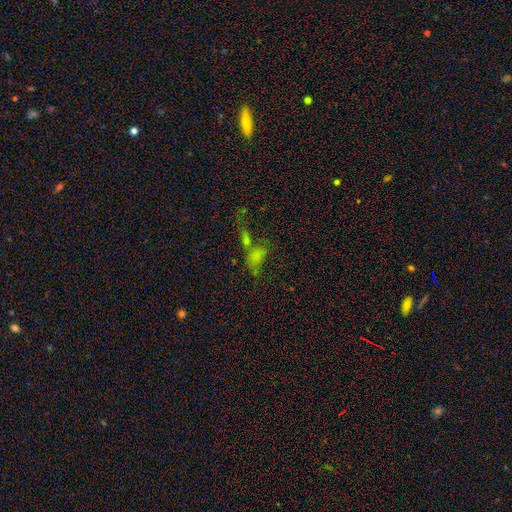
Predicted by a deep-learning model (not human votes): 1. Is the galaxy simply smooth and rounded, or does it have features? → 54% smooth, 30% star or artifact, 16% featured or disk.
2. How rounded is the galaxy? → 77% in between, 13% round, 10% cigar-shaped.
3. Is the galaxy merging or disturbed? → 38% merger, 31% none, 17% major disturbance, 14% minor disturbance.